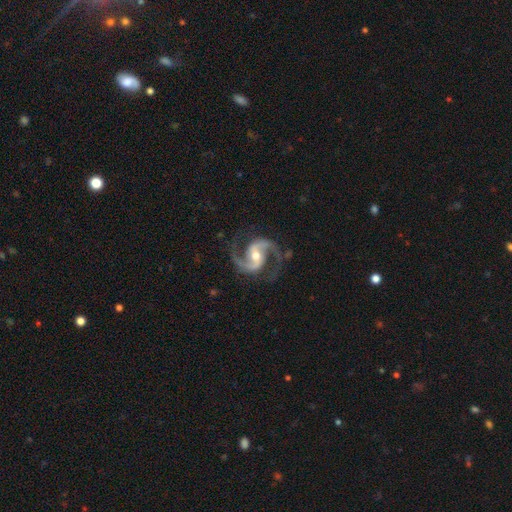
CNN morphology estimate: type=featured or disk (93%); edge-on=no (98%); bar=weak (42%); spiral arms=yes (99%); winding=medium (66%); arm count=2 (94%); bulge=moderate (67%); merging=none (80%).